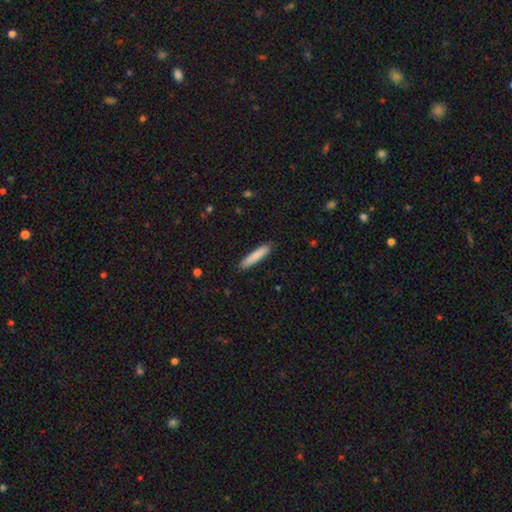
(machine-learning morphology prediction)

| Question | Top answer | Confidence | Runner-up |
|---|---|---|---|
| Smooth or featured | smooth | 82% | featured or disk (12%) |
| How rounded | cigar-shaped | 91% | in between (8%) |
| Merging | none | 90% | minor disturbance (8%) |